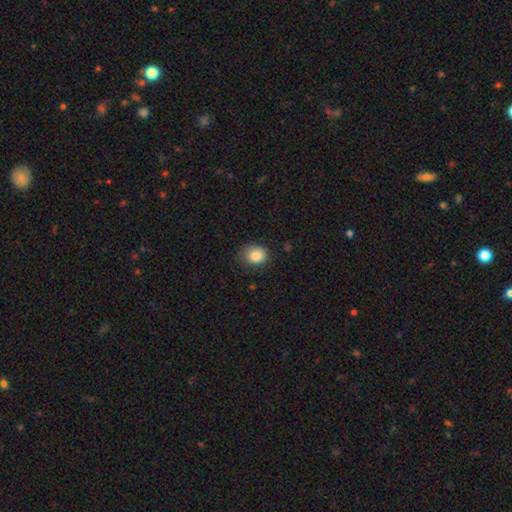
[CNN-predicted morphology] A smooth galaxy with no disk features (85%) that is round (54%). Merging: none (70%).